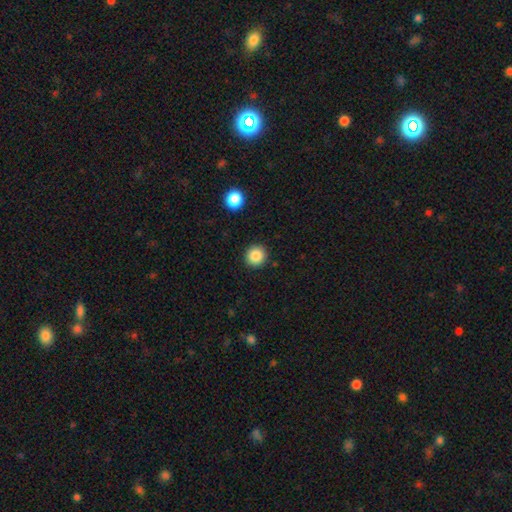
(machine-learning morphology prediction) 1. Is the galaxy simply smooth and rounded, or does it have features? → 87% smooth, 10% star or artifact, 4% featured or disk.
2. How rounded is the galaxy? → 94% round, 5% in between, 1% cigar-shaped.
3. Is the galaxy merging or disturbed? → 92% none, 5% minor disturbance, 2% major disturbance, 1% merger.